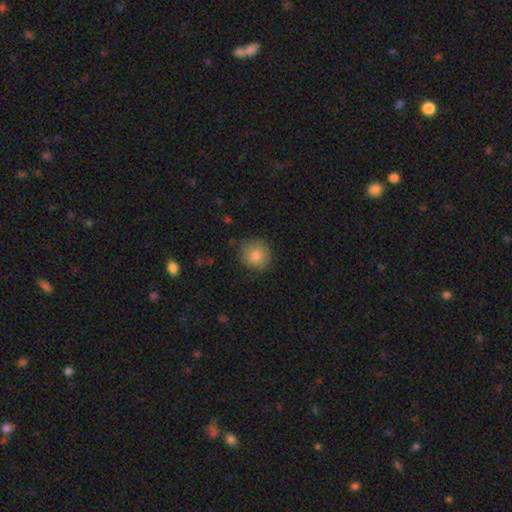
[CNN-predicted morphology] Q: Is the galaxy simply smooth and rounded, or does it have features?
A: smooth — 81%.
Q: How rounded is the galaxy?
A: round — 90%.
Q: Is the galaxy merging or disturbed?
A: none — 79%.